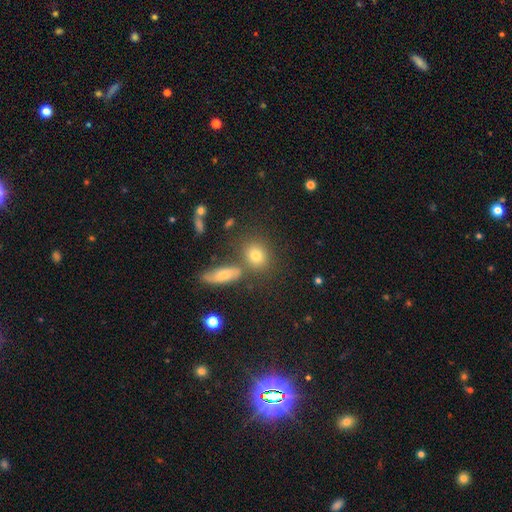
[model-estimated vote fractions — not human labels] smooth_or_featured: smooth (p=0.75) [alt: star or artifact p=0.13]
how_rounded: round (p=0.61) [alt: in between p=0.35]
merging: none (p=0.69) [alt: merger p=0.17]